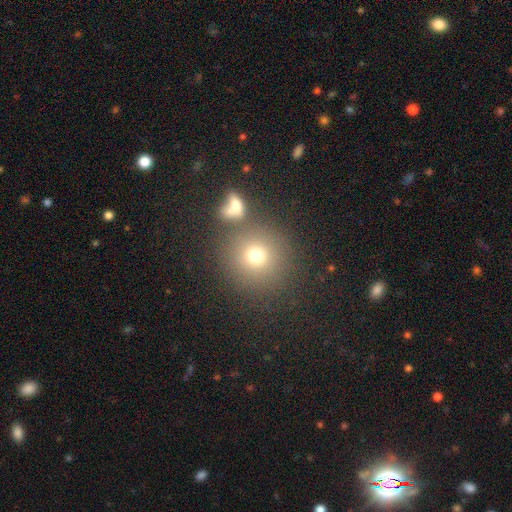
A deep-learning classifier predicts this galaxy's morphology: smooth-or-featured: smooth: 73% | star or artifact: 16% | featured or disk: 12%
  how-rounded: round: 90% | in between: 9% | cigar-shaped: 1%
  merging: none: 71% | merger: 15% | minor disturbance: 9% | major disturbance: 5%